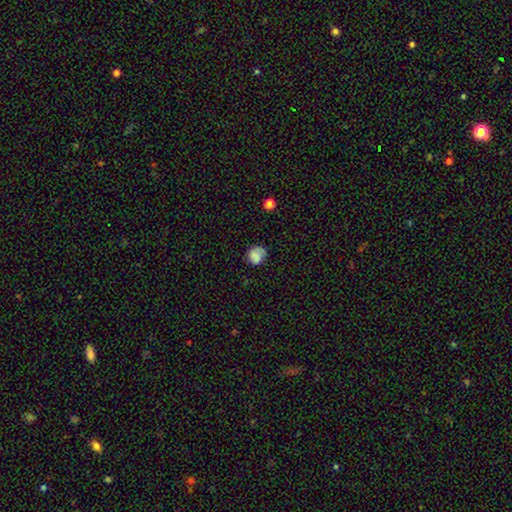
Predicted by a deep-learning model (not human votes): A smooth galaxy with no disk features (78%) that is round (75%).

Vote fractions:
- Smooth or featured? smooth: 78% / featured or disk: 13% / star or artifact: 10%
- How rounded? round: 75% / in between: 24% / cigar-shaped: 1%
- Merging? none: 62% / minor disturbance: 27% / major disturbance: 10% / merger: 2%